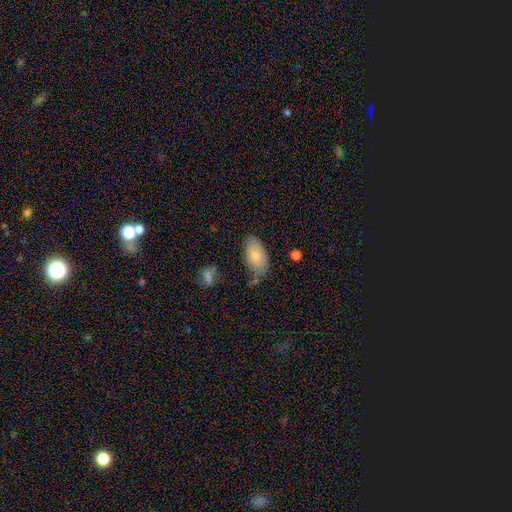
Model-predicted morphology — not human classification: Q: Smooth or featured?
A: smooth (78%); runner-up: featured or disk (15%)
Q: How rounded?
A: in between (94%); runner-up: round (3%)
Q: Merging?
A: none (62%); runner-up: minor disturbance (25%)